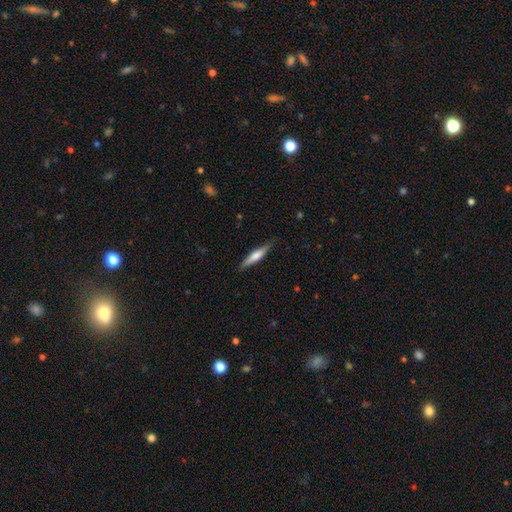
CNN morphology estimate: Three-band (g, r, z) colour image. It shows a smooth galaxy with no disk features (51%) that is cigar-shaped (86%). Merging: none (85%).